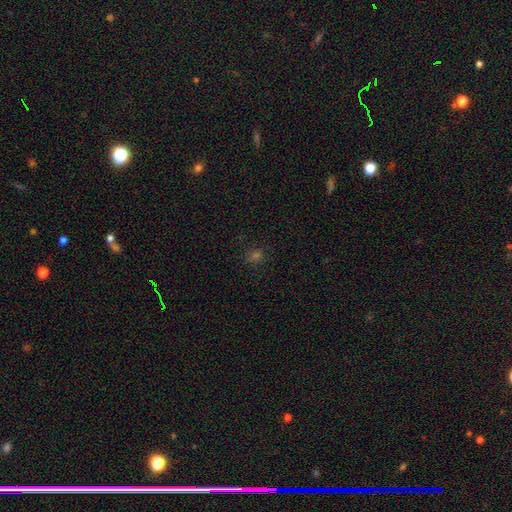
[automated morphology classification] A smooth galaxy with no disk features (55%) that is round (83%). Merging: none (86%).